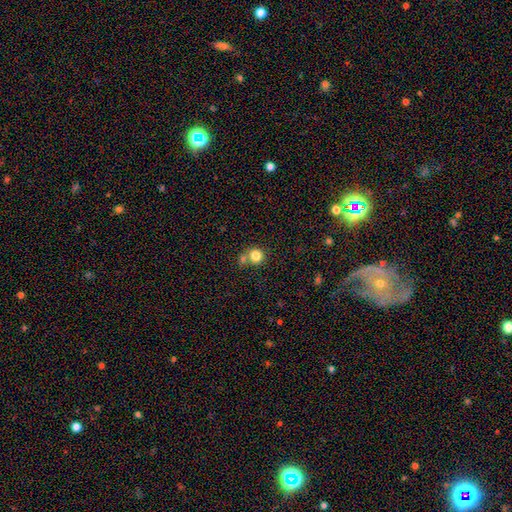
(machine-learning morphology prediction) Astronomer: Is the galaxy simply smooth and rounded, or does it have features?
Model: smooth — 82%.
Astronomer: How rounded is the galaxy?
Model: round — 90%.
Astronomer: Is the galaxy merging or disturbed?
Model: none — 59%.